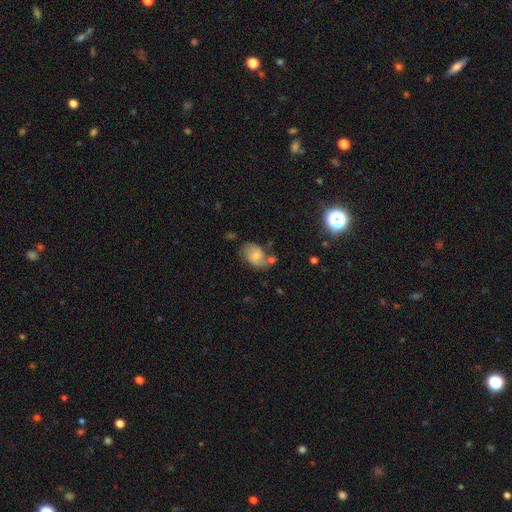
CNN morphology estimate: Q: Smooth or featured?
A: smooth (50%); runner-up: featured or disk (39%)
Q: How rounded?
A: in between (80%); runner-up: round (18%)
Q: Merging?
A: none (50%); runner-up: minor disturbance (24%)